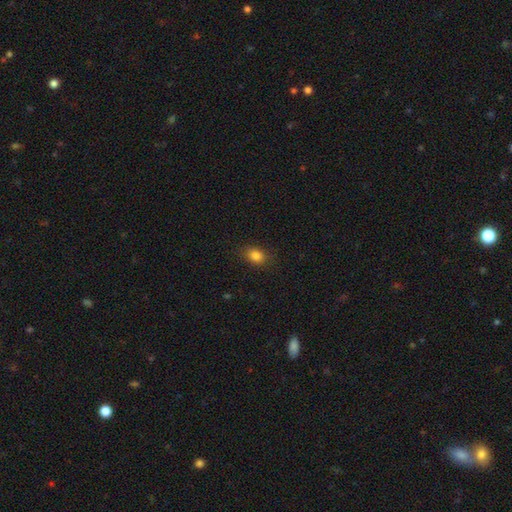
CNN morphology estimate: Smooth or featured?
  - smooth: 84% *
  - star or artifact: 11%
  - featured or disk: 5%
How rounded?
  - in between: 65% *
  - round: 33%
  - cigar-shaped: 1%
Merging?
  - none: 84% *
  - minor disturbance: 12%
  - major disturbance: 3%
  - merger: 1%